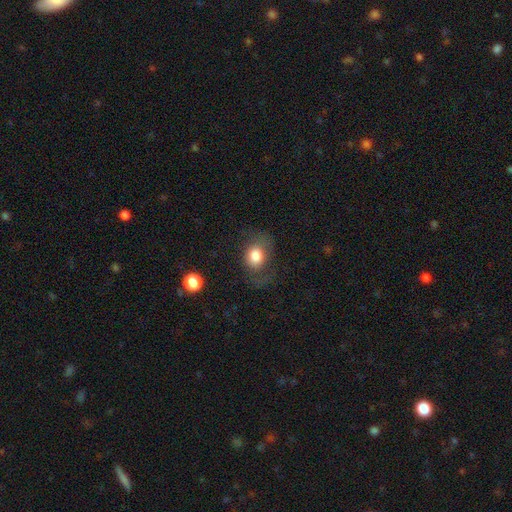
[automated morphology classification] Smooth or featured? Predicted: smooth (p=0.74). How rounded? Predicted: in between (p=0.54). Merging? Predicted: none (p=0.58).